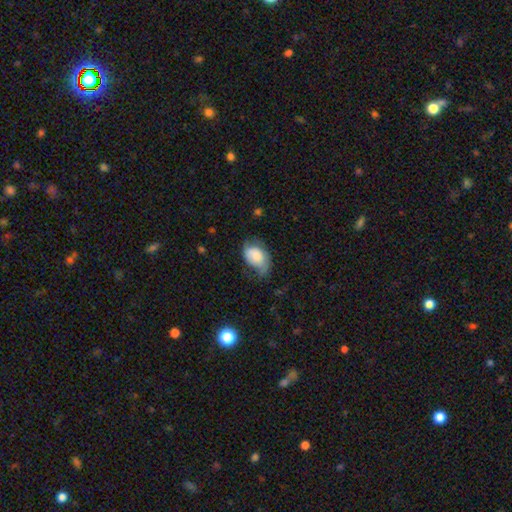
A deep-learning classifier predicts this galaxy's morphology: A smooth galaxy with no disk features (67%) that is in between round and cigar-shaped (88%).

Vote fractions:
- Smooth or featured? smooth: 67% / featured or disk: 26% / star or artifact: 7%
- How rounded? in between: 88% / round: 11% / cigar-shaped: 1%
- Merging? minor disturbance: 39% / none: 38% / major disturbance: 21% / merger: 2%